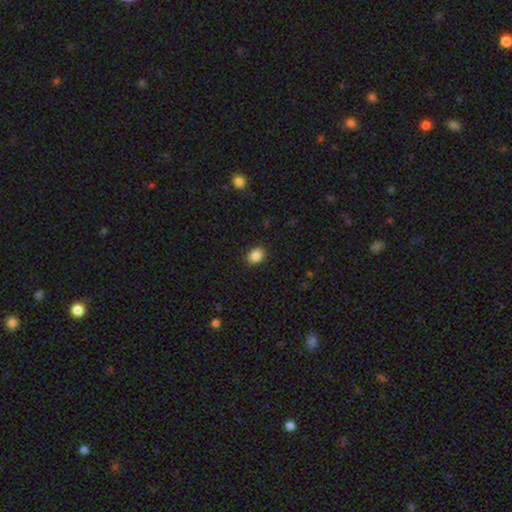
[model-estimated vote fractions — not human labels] smooth 88%, star or artifact 9%, featured or disk 4%. Down the decision tree: how rounded — in between (59%); merging — none (89%).